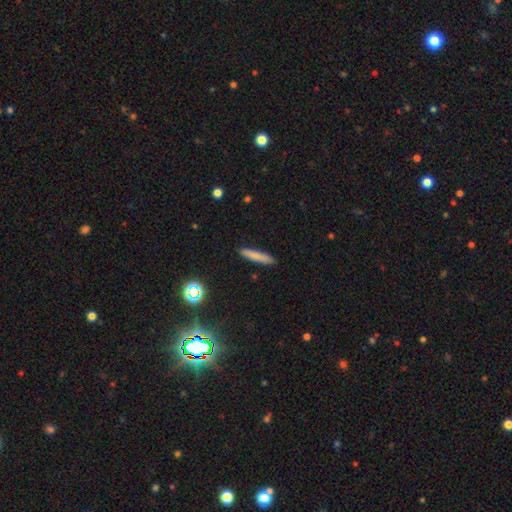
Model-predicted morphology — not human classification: The model was most divided on "smooth or featured": smooth: 78%, featured or disk: 13%, star or artifact: 9%. More confident: how rounded — cigar-shaped (90%); merging — none (88%).